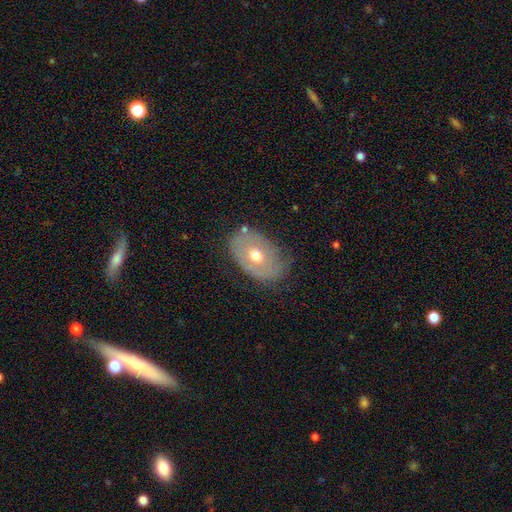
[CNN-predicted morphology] Smooth or featured?
  - featured or disk: 53% *
  - smooth: 41%
  - star or artifact: 7%
Edge-on disk?
  - no: 91% *
  - yes: 9%
Merging?
  - none: 63% *
  - minor disturbance: 26%
  - major disturbance: 8%
  - merger: 3%